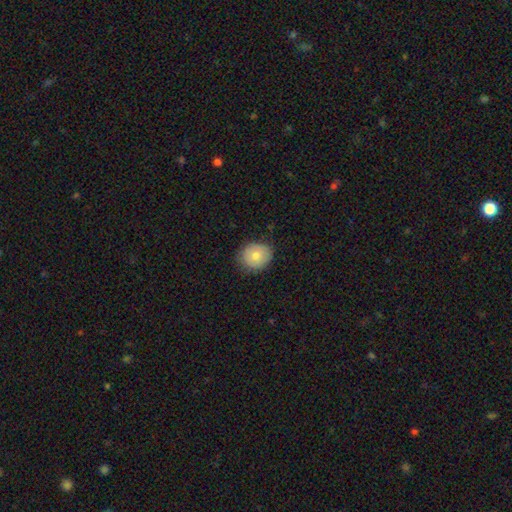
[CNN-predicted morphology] type=smooth (75%); roundness=round (68%); merging=none (78%).